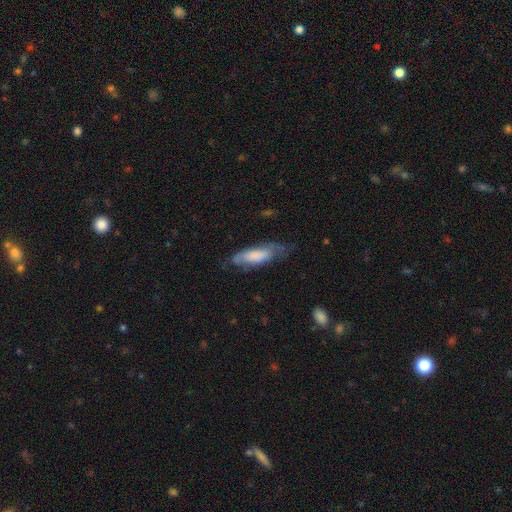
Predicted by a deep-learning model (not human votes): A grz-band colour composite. It shows a smooth galaxy with no disk features (65%) that is in between round and cigar-shaped (54%). Merging: none (54%).